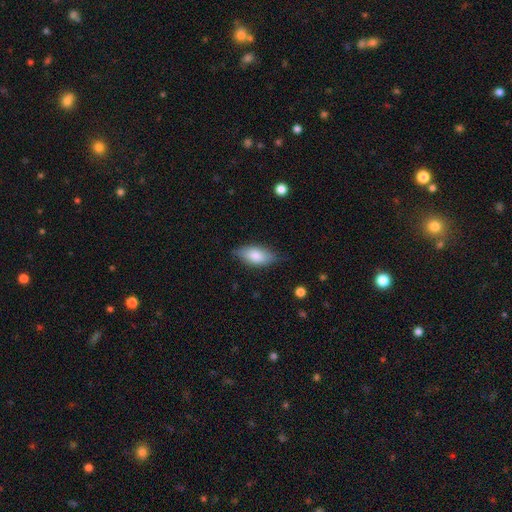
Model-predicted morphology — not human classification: A smooth galaxy with no disk features (80%) that is in between round and cigar-shaped (87%). Merging: none (75%).